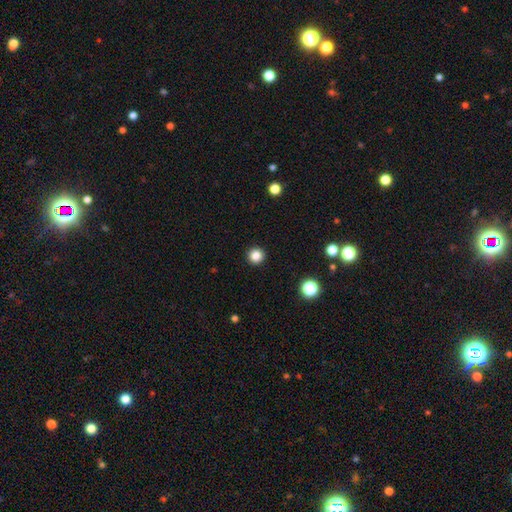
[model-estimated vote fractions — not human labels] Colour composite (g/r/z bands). It shows a smooth galaxy with no disk features (84%) that is round (95%). Merging: none (94%).